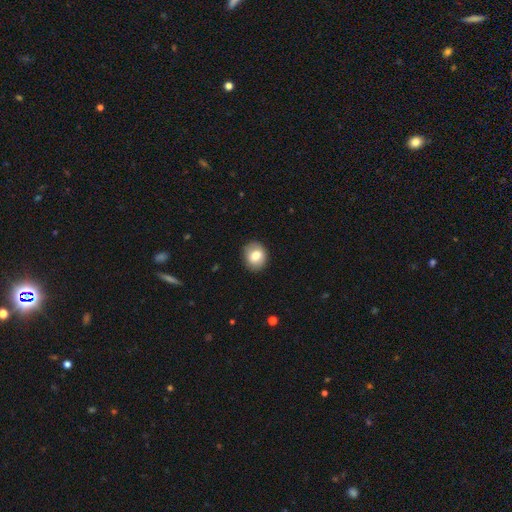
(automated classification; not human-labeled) This appears to be a smooth galaxy with no disk features (79%) that is round (64%). Merging: none (87%).